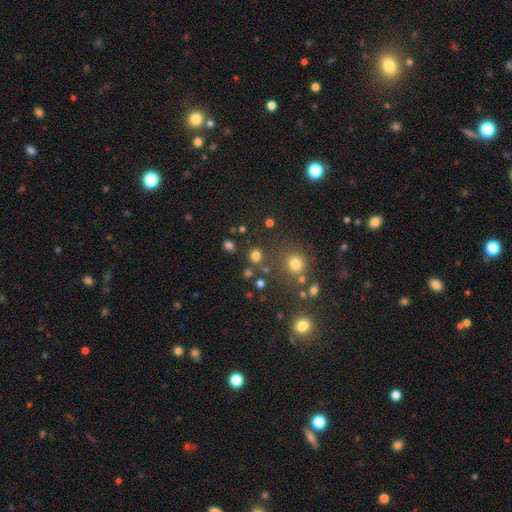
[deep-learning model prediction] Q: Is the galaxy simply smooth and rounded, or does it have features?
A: smooth — 76%.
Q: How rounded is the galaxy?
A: round — 81%.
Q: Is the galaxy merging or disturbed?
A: none — 78%.